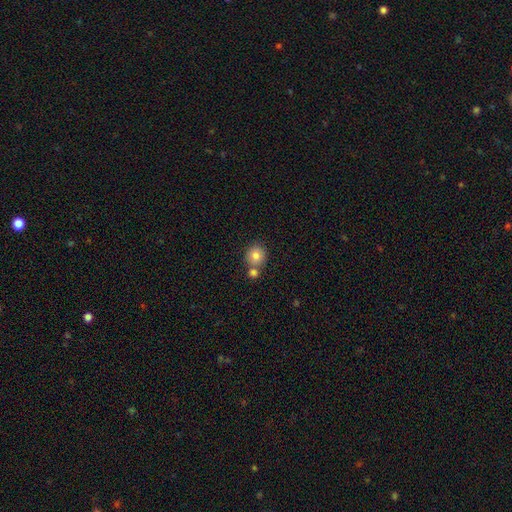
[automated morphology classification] type=smooth (82%); roundness=round (88%); merging=none (61%).